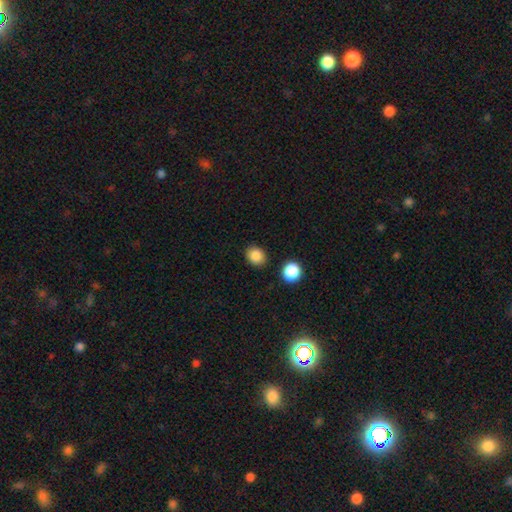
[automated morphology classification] Smooth or featured? smooth (86%)
How rounded? round (59%)
Merging? none (87%)